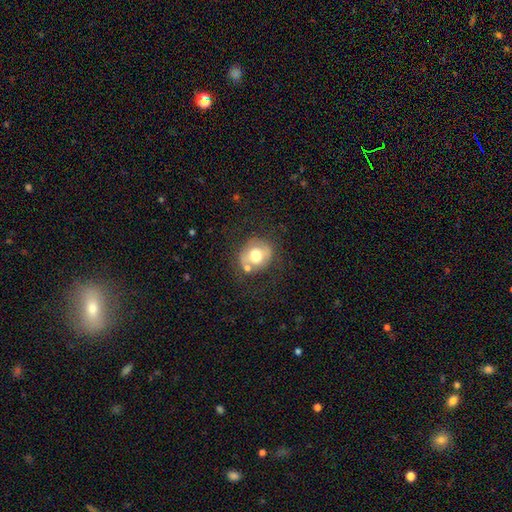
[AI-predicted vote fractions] The model was most divided on "smooth or featured": smooth: 55%, featured or disk: 37%, star or artifact: 8%. More confident: how rounded — round (72%); merging — none (61%).